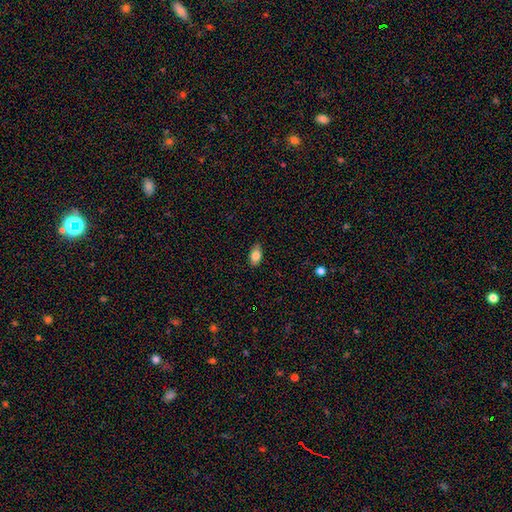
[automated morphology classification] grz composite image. It shows a smooth galaxy with no disk features (85%) that is in between round and cigar-shaped (88%). Merging: none (81%).